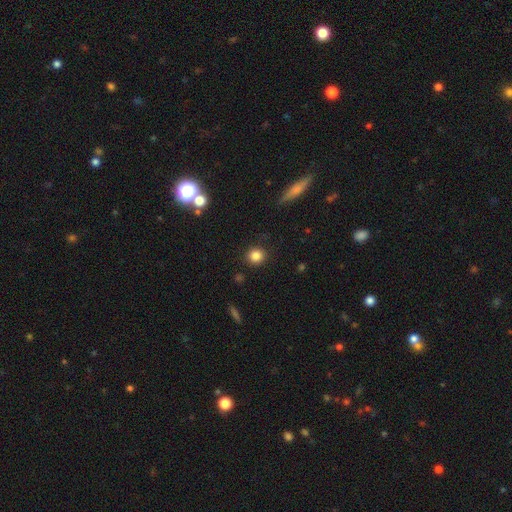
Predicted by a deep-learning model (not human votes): A smooth galaxy with no disk features (84%) that is round (90%). Merging: none (89%).